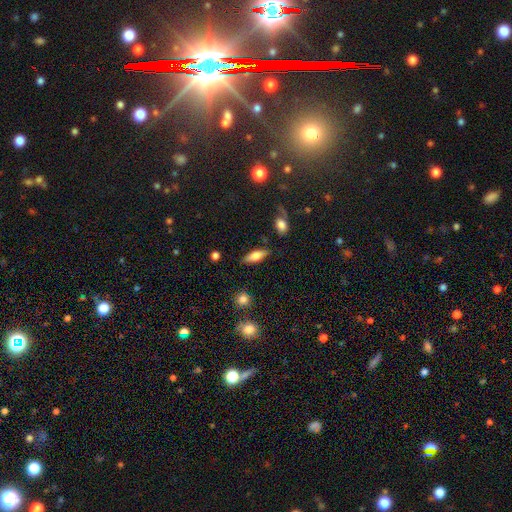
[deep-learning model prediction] This is likely a smooth galaxy (68%). How rounded: likely in between (62%). Merging: clearly none (81%).